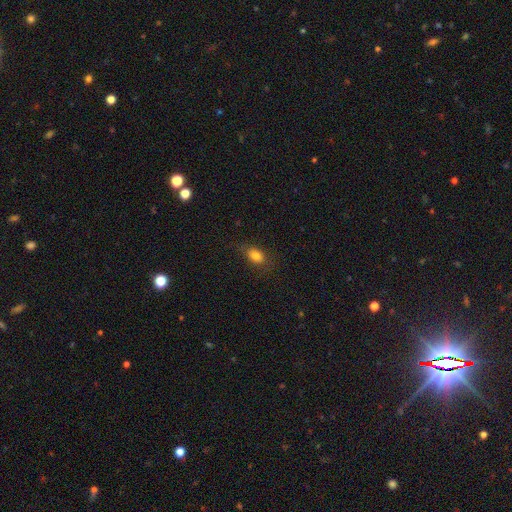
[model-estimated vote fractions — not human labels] Smooth or featured? Predicted: smooth (p=0.81). How rounded? Predicted: in between (p=0.79). Merging? Predicted: none (p=0.74).